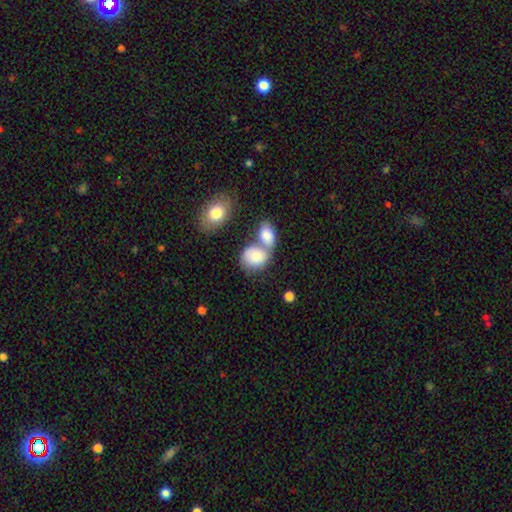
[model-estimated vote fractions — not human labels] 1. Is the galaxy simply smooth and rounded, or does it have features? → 79% smooth, 14% featured or disk, 7% star or artifact.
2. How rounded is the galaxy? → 51% in between, 47% round, 1% cigar-shaped.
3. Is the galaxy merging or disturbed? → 56% merger, 28% none, 10% minor disturbance, 6% major disturbance.